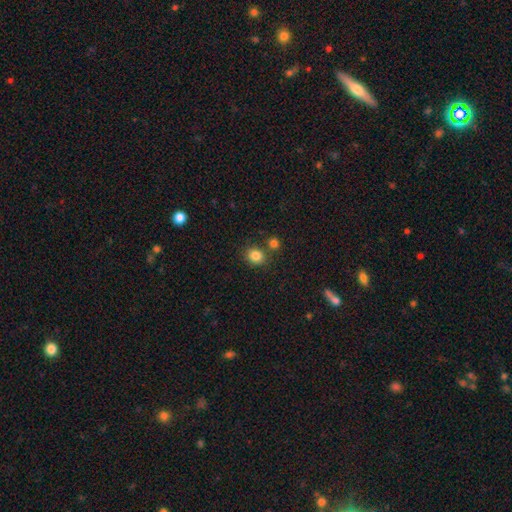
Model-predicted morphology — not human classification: Overall: smooth (83%). How rounded: round (72%). Merging: none (75%).